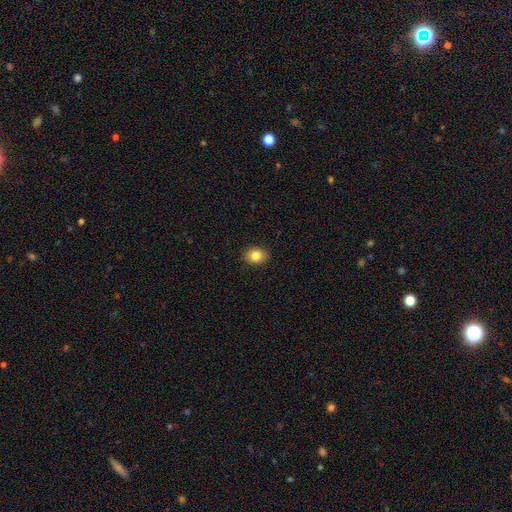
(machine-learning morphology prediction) smooth_or_featured: smooth (p=0.83) [alt: star or artifact p=0.10]
how_rounded: in between (p=0.54) [alt: round p=0.45]
merging: none (p=0.90) [alt: minor disturbance p=0.07]